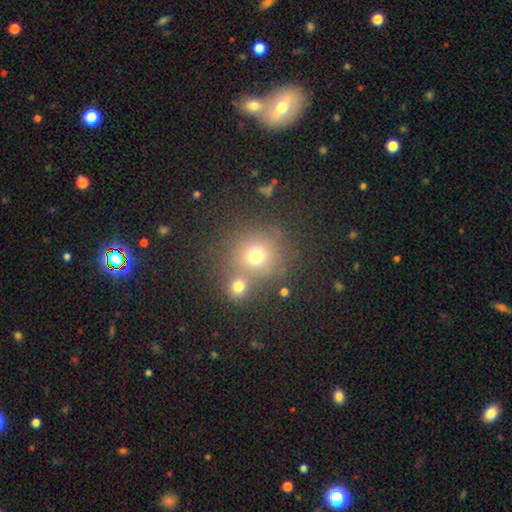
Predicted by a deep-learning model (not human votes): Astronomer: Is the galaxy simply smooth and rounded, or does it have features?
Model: smooth — 71%.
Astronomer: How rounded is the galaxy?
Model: round — 88%.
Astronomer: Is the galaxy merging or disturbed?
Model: none — 54% (runner-up: merger, 33%).